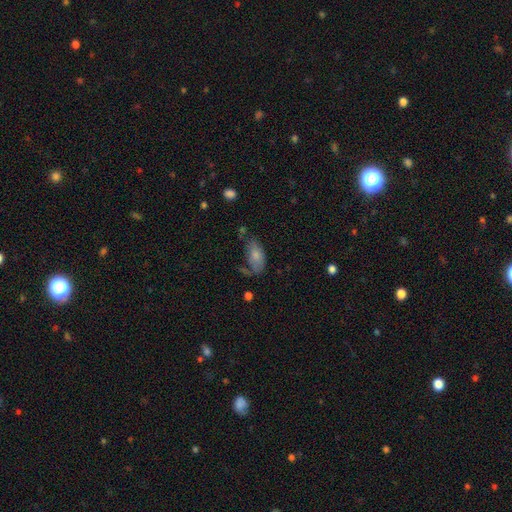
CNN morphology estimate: This appears to be a smooth galaxy with no disk features (77%) that is in between round and cigar-shaped (92%). Merging: none (48%).